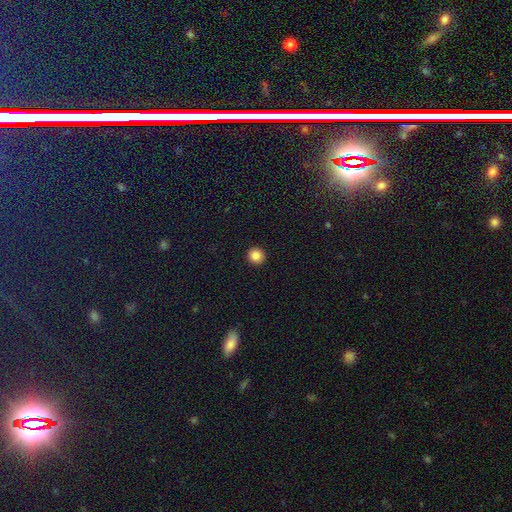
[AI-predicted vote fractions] Smooth or featured? smooth (86%)
How rounded? round (92%)
Merging? none (93%)